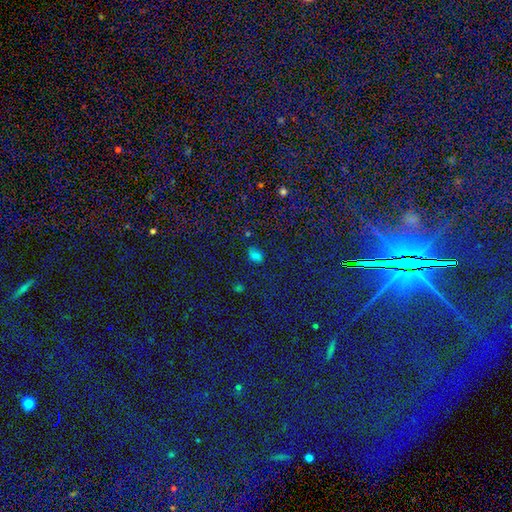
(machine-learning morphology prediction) Smooth or featured? smooth (64%)
How rounded? in between (79%)
Merging? none (76%)